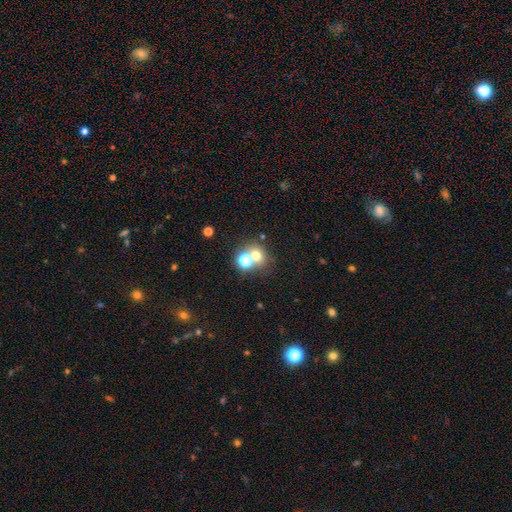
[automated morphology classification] Smooth or featured: smooth — 66% (star or artifact — 20%)
How rounded: round — 75% (in between — 24%)
Merging: none — 47% (merger — 41%)